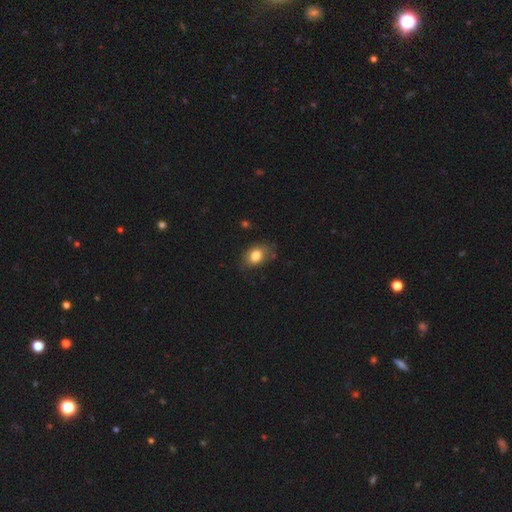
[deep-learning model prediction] The model was most divided on "how rounded": in between: 70%, round: 28%, cigar-shaped: 1%. More confident: smooth or featured — smooth (81%); merging — none (70%).